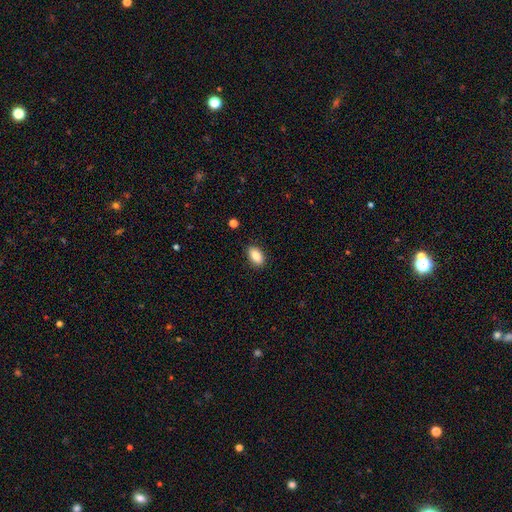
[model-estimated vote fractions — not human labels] smooth_or_featured: smooth (p=0.87) [alt: star or artifact p=0.08]
how_rounded: in between (p=0.91) [alt: round p=0.06]
merging: none (p=0.88) [alt: minor disturbance p=0.08]